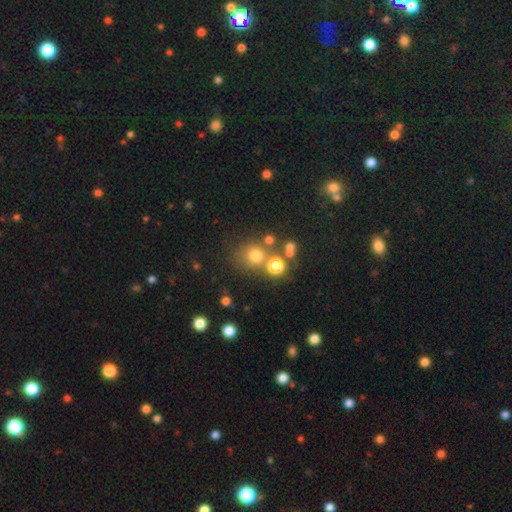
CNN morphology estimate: Smooth or featured?
  - smooth: 70% *
  - star or artifact: 20%
  - featured or disk: 10%
How rounded?
  - round: 86% *
  - in between: 13%
  - cigar-shaped: 1%
Merging?
  - none: 65% *
  - merger: 19%
  - minor disturbance: 11%
  - major disturbance: 5%